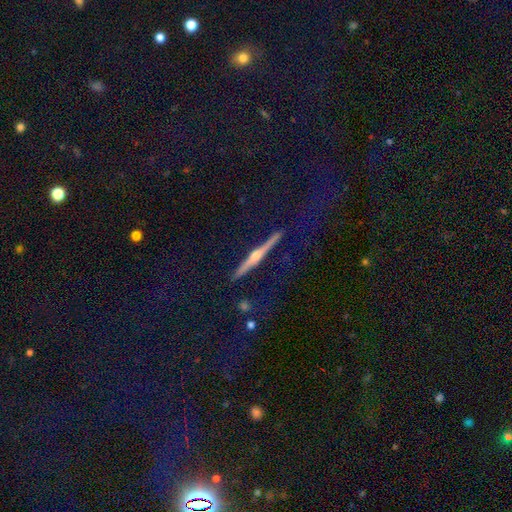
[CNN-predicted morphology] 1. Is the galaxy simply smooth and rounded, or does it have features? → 80% featured or disk, 13% smooth, 8% star or artifact.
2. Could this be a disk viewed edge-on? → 98% yes, 2% no.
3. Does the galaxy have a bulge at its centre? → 91% rounded, 5% none, 4% boxy.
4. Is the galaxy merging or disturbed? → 90% none, 7% minor disturbance, 2% major disturbance, 1% merger.